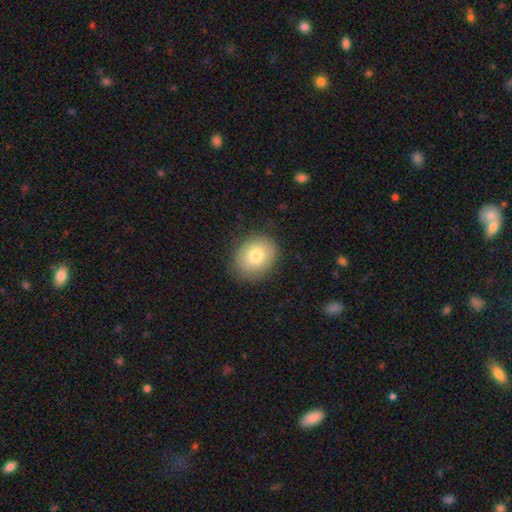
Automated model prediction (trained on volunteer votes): Smooth or featured: smooth — 76% (featured or disk — 14%)
How rounded: round — 57% (in between — 42%)
Merging: none — 83% (minor disturbance — 12%)